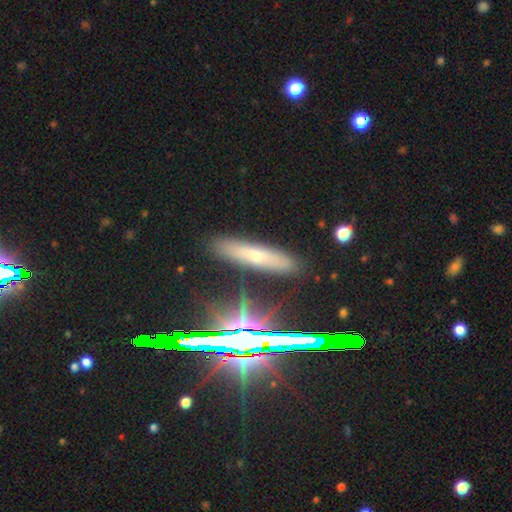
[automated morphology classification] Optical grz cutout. It shows a smooth galaxy with no disk features (48%). Merging: none (84%).